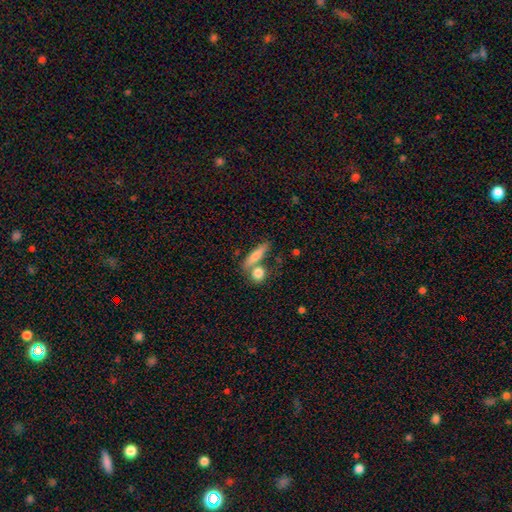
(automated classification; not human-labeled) This is likely a smooth galaxy (66%). How rounded: likely cigar-shaped (66%). Merging: possibly none (58%).